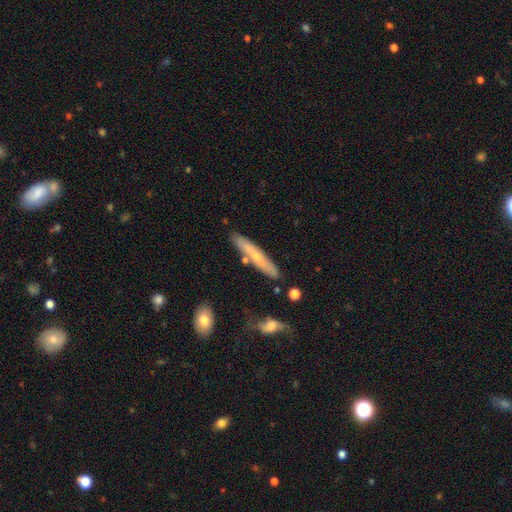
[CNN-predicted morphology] A smooth galaxy with no disk features (49%). Merging: none (80%).